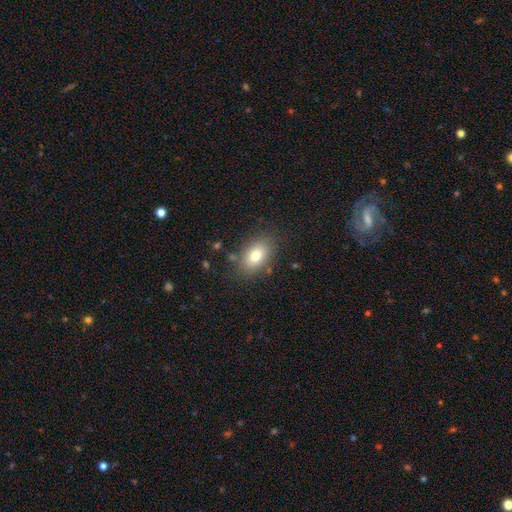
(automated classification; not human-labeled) This is likely a smooth galaxy (78%). How rounded: clearly in between (87%). Merging: clearly none (81%).